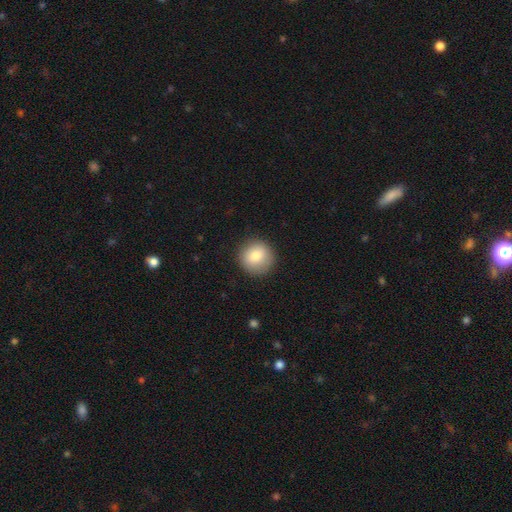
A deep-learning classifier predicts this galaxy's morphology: A smooth galaxy with no disk features (81%) that is round (94%). Merging: none (89%).